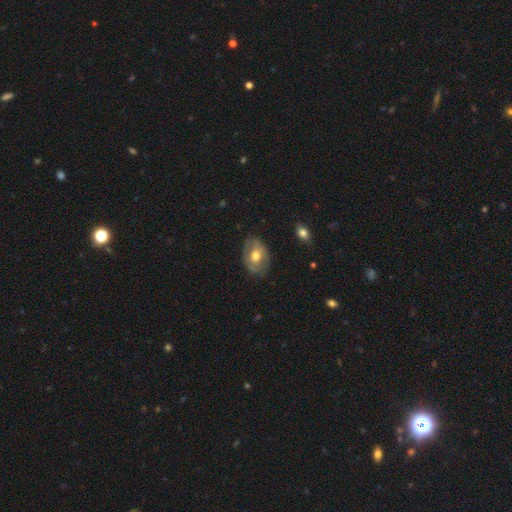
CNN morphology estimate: Smooth or featured: featured or disk — 48% (smooth — 45%)
Merging: none — 75% (minor disturbance — 18%)